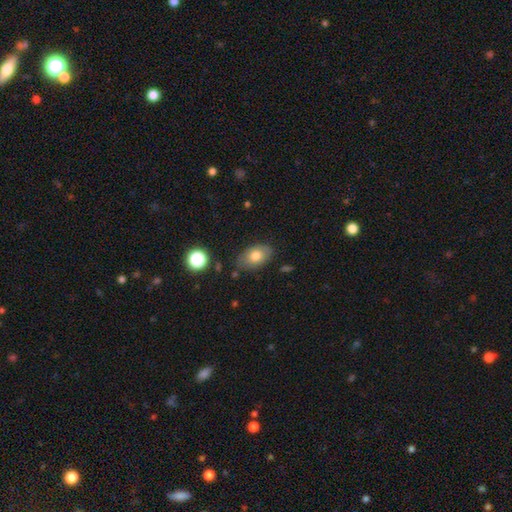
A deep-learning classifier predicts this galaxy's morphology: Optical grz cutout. It shows a smooth galaxy with no disk features (76%) that is in between round and cigar-shaped (88%). Merging: none (79%).